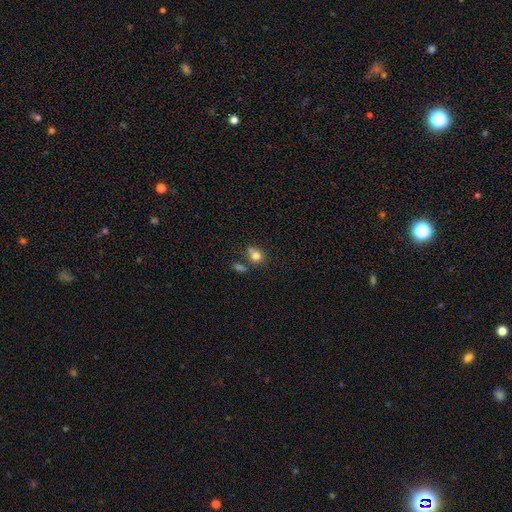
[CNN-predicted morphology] A smooth galaxy with no disk features (79%) that is round (71%). Merging: none (55%).